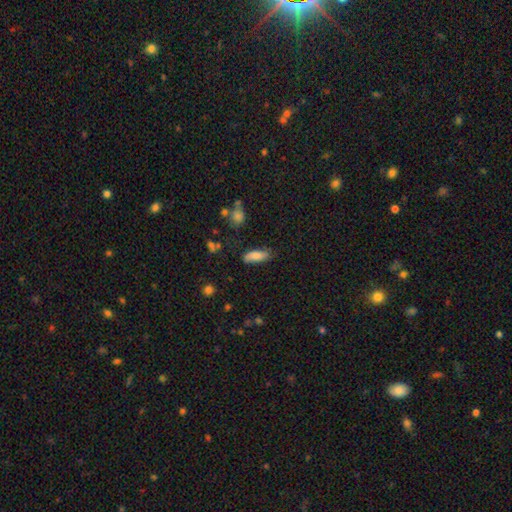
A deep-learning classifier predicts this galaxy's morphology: Smooth or featured: smooth — 81% (featured or disk — 12%)
How rounded: in between — 72% (cigar-shaped — 26%)
Merging: none — 72% (minor disturbance — 21%)